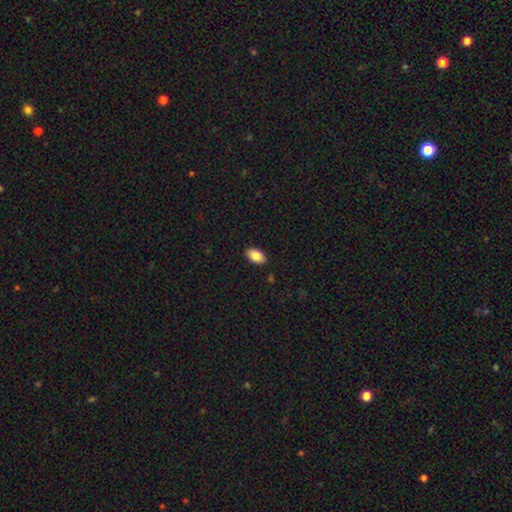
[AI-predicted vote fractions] A smooth galaxy with no disk features (86%) that is in between round and cigar-shaped (94%). Merging: none (89%).